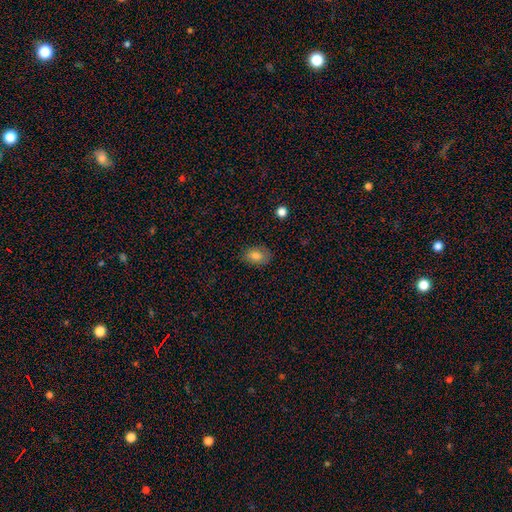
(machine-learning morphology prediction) smooth-or-featured: smooth: 81% | featured or disk: 10% | star or artifact: 9%
  how-rounded: in between: 79% | round: 20% | cigar-shaped: 1%
  merging: none: 80% | minor disturbance: 15% | major disturbance: 3% | merger: 1%